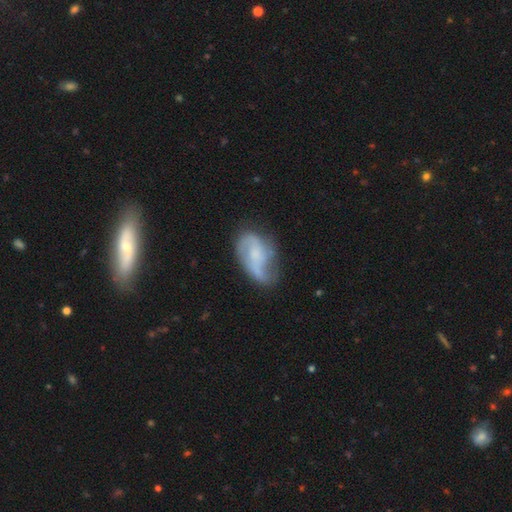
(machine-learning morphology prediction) Overall: featured or disk (64%; smooth 28%). Edge-on disk: no (96%). Bar: no (59%; weak 33%). Spiral arms: yes (85%). Spiral arm count: 2 (64%). Spiral winding: loose (43%; medium 40%). Bulge size: small (37%; none 33%). Merging: none (48%; minor disturbance 29%).